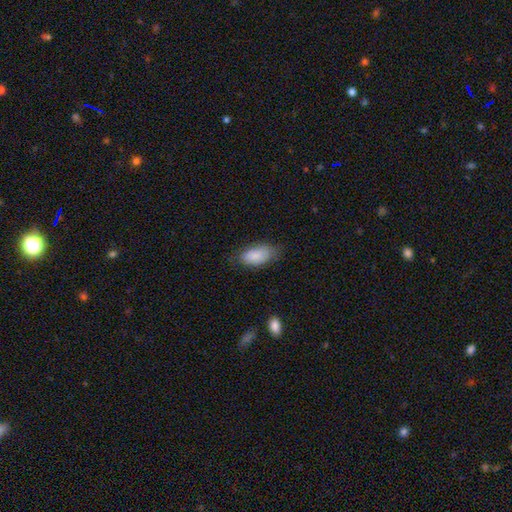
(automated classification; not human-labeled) Smooth or featured?
  - smooth: 86% *
  - featured or disk: 7%
  - star or artifact: 6%
How rounded?
  - in between: 93% *
  - cigar-shaped: 4%
  - round: 3%
Merging?
  - none: 69% *
  - minor disturbance: 24%
  - major disturbance: 6%
  - merger: 1%